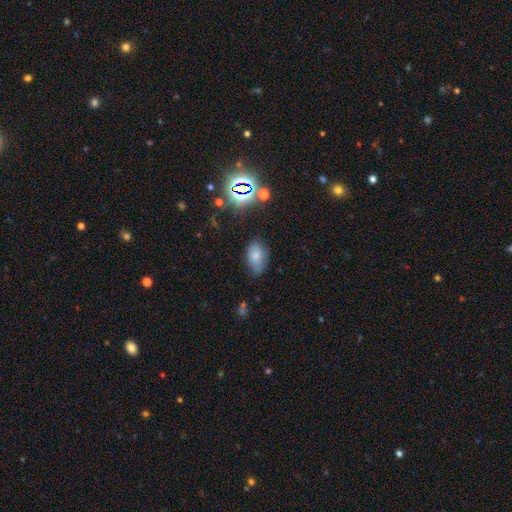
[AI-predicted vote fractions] The model was most divided on "merging": none: 66%, minor disturbance: 25%, major disturbance: 7%, merger: 3%. More confident: how rounded — in between (87%); smooth or featured — smooth (71%).